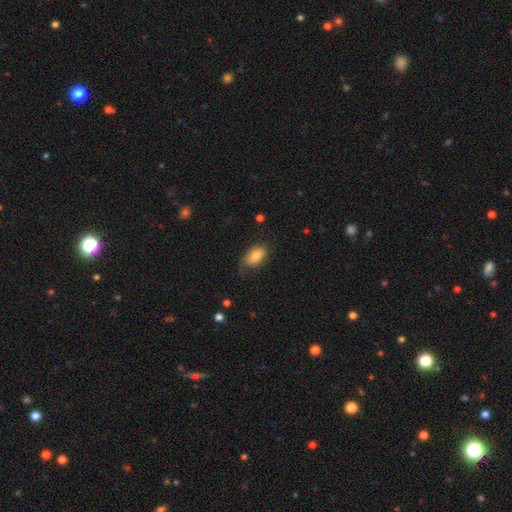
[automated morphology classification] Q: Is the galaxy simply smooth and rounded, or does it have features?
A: smooth — 80%.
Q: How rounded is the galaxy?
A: in between — 92%.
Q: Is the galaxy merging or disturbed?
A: none — 63%.